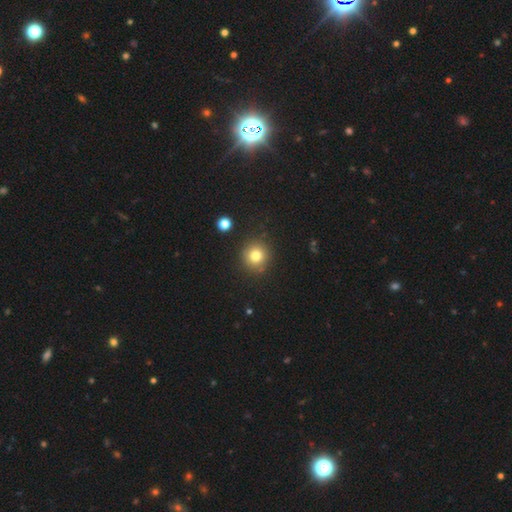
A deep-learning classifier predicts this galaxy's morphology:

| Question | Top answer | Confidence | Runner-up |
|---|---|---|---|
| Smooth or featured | smooth | 79% | star or artifact (13%) |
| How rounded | round | 92% | in between (7%) |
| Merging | none | 87% | minor disturbance (8%) |